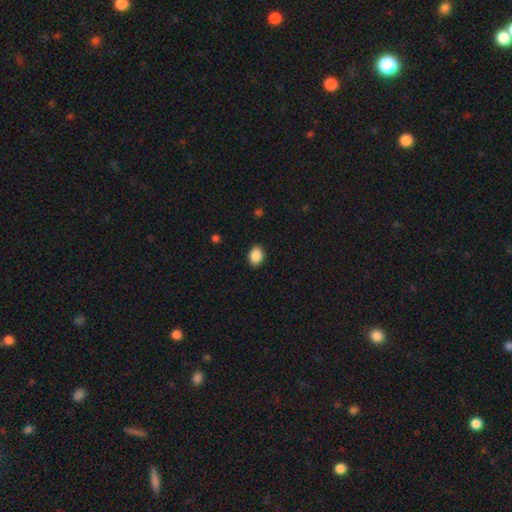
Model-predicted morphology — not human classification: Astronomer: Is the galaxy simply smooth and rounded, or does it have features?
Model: smooth — 89%.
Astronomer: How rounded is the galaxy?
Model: in between — 70%.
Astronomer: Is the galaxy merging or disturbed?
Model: none — 89%.